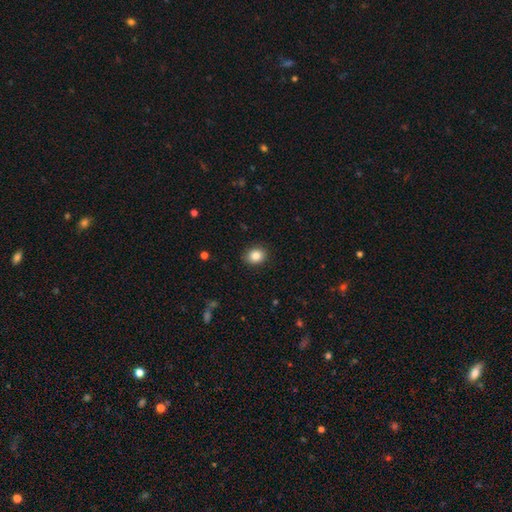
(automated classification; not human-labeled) smooth-or-featured: smooth: 86% | star or artifact: 9% | featured or disk: 5%
  how-rounded: round: 56% | in between: 43% | cigar-shaped: 1%
  merging: none: 88% | minor disturbance: 8% | major disturbance: 2% | merger: 1%